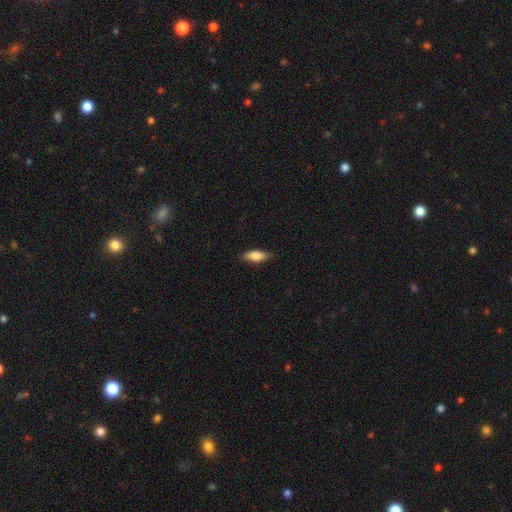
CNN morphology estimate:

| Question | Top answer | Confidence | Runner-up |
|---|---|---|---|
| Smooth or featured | smooth | 80% | featured or disk (14%) |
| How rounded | in between | 70% | cigar-shaped (27%) |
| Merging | none | 81% | minor disturbance (16%) |